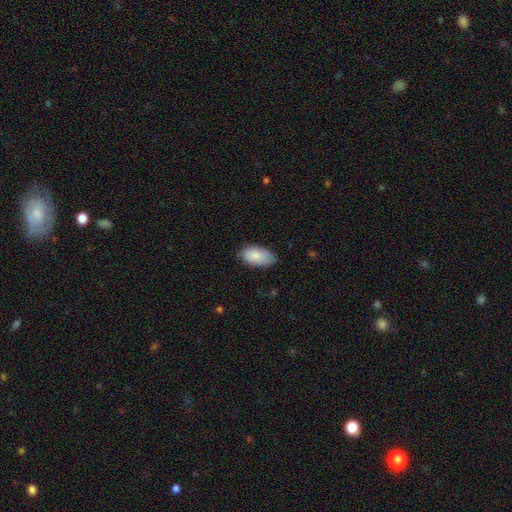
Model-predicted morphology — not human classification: smooth_or_featured: smooth (p=0.85) [alt: featured or disk p=0.09]
how_rounded: in between (p=0.95) [alt: round p=0.03]
merging: none (p=0.74) [alt: minor disturbance p=0.22]